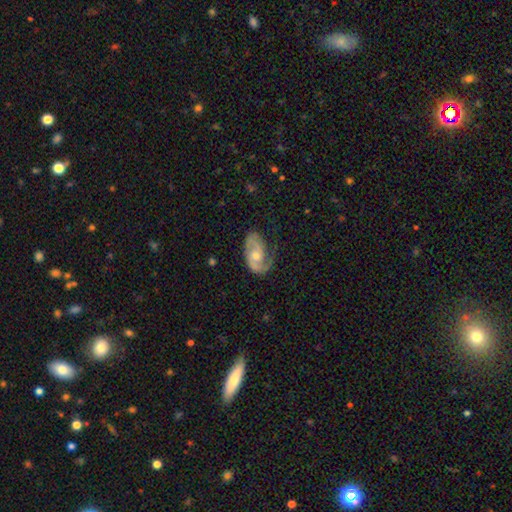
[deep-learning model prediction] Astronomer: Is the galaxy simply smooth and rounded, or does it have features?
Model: featured or disk — 80%.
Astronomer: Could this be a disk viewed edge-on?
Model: no — 96%.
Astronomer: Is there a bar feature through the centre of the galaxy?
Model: no — 64%.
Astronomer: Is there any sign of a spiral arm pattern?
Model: yes — 93%.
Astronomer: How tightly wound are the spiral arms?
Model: medium — 44% (runner-up: tight, 35%).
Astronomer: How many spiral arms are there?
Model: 2 — 74%.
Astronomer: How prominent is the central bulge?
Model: moderate — 62%.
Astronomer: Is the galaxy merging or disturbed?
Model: none — 64%.